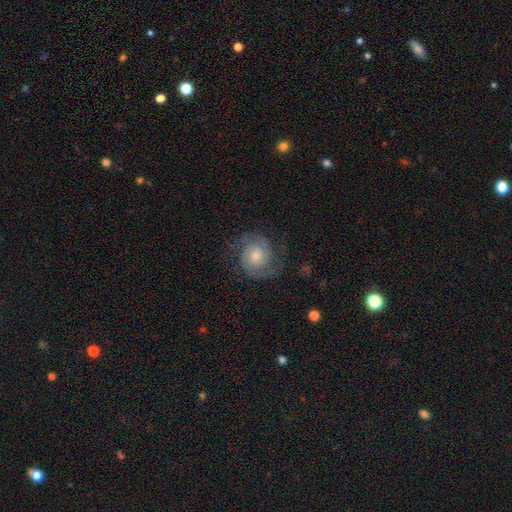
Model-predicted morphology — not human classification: Overall: featured or disk (81%). Edge-on disk: no (98%). Bar: no (71%). Spiral arms: yes (97%). Spiral arm count: 2 (86%). Spiral winding: tight (51%; medium 39%). Bulge size: moderate (47%; small 39%). Merging: none (76%).